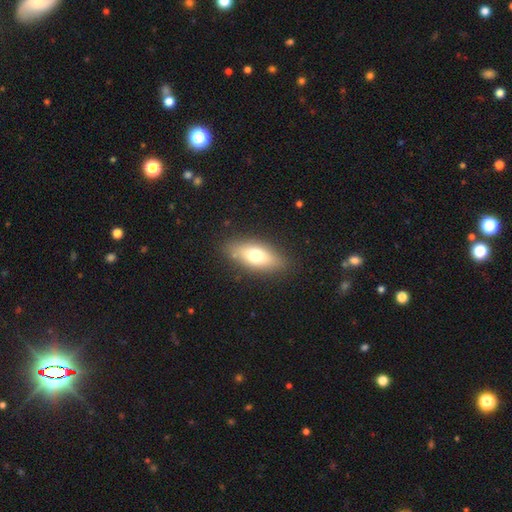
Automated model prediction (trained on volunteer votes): Smooth or featured: smooth — 66% (featured or disk — 26%)
How rounded: in between — 77% (cigar-shaped — 18%)
Merging: none — 84% (minor disturbance — 11%)